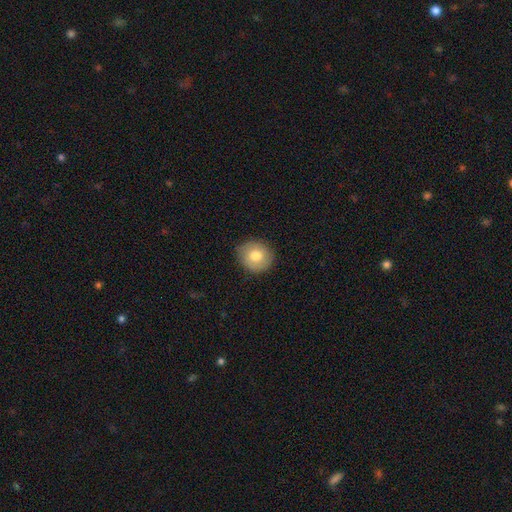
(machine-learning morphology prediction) Q: Smooth or featured?
A: smooth (76%); runner-up: featured or disk (16%)
Q: How rounded?
A: round (83%); runner-up: in between (16%)
Q: Merging?
A: none (84%); runner-up: minor disturbance (12%)